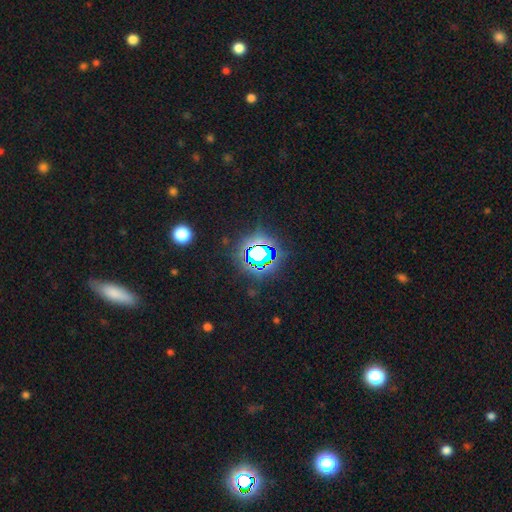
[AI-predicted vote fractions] Smooth or featured? star or artifact (78%)